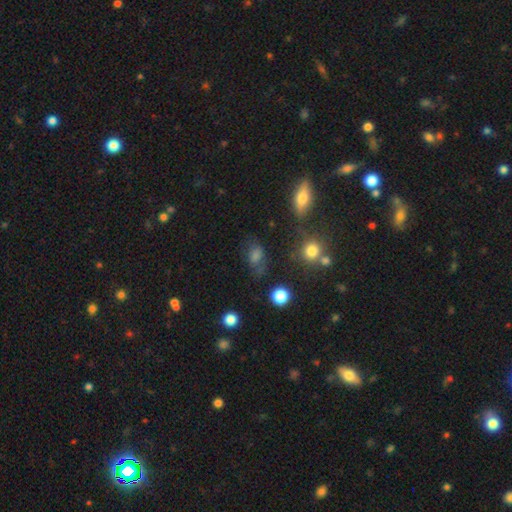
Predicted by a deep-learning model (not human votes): A smooth galaxy with no disk features (63%) that is in between round and cigar-shaped (74%). Merging: none (61%).